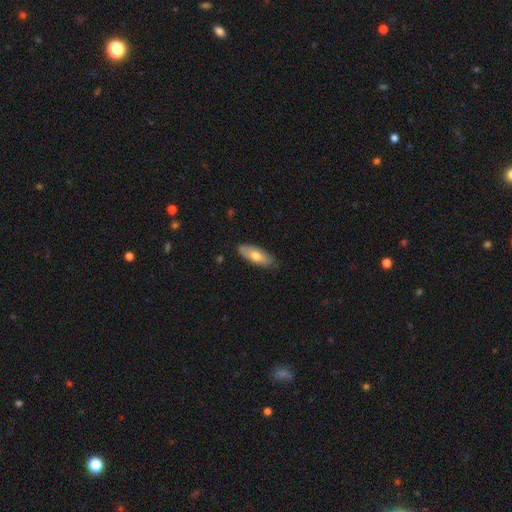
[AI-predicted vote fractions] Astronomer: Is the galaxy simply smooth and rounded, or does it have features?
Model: smooth — 65%.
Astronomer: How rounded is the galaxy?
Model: in between — 77%.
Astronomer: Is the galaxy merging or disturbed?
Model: none — 81%.